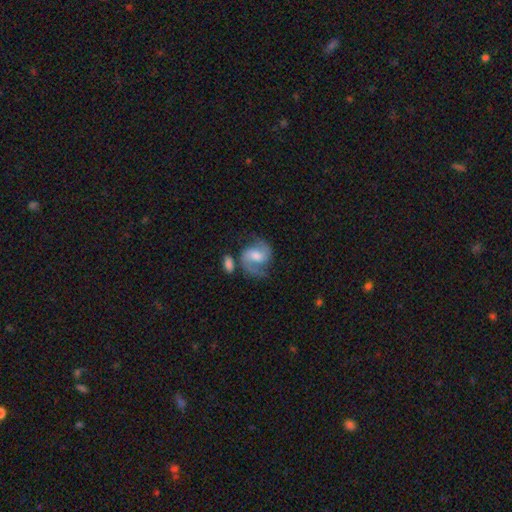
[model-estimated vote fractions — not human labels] smooth_or_featured: featured or disk (p=0.79) [alt: smooth p=0.15]
disk_edge_on: no (p=0.98) [alt: yes p=0.02]
bar: weak (p=0.51) [alt: no p=0.32]
has_spiral_arms: yes (p=0.95) [alt: no p=0.05]
spiral_winding: medium (p=0.53) [alt: loose p=0.31]
spiral_arm_count: 2 (p=0.90) [alt: 1 p=0.04]
bulge_size: moderate (p=0.52) [alt: small p=0.24]
merging: none (p=0.62) [alt: minor disturbance p=0.18]